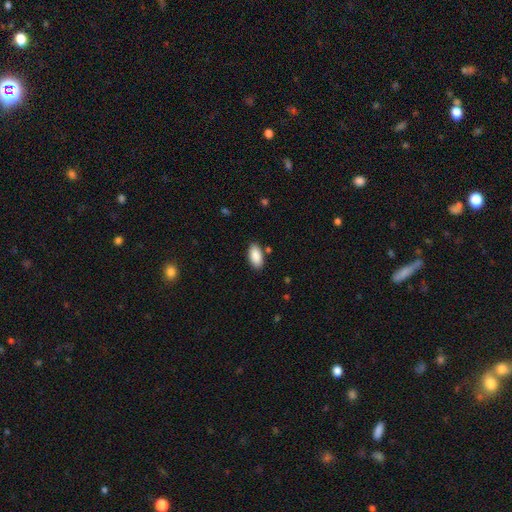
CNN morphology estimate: A smooth galaxy with no disk features (89%) that is in between round and cigar-shaped (93%).

Vote fractions:
- Smooth or featured? smooth: 89% / star or artifact: 6% / featured or disk: 5%
- How rounded? in between: 93% / cigar-shaped: 5% / round: 2%
- Merging? none: 85% / minor disturbance: 10% / merger: 3% / major disturbance: 2%